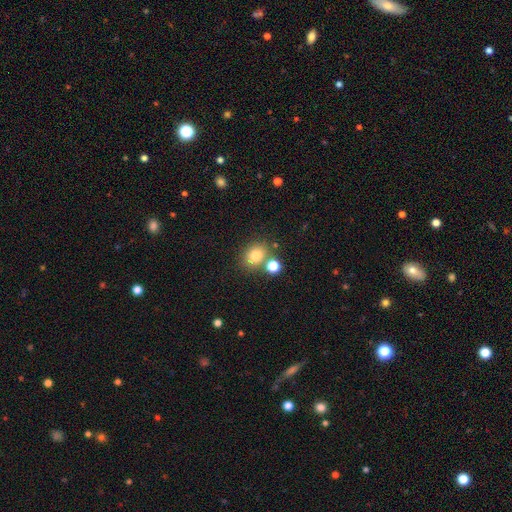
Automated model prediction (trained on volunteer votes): Smooth or featured?
  - smooth: 78% *
  - star or artifact: 13%
  - featured or disk: 9%
How rounded?
  - round: 57% *
  - in between: 42%
  - cigar-shaped: 1%
Merging?
  - none: 67% *
  - merger: 18%
  - minor disturbance: 11%
  - major disturbance: 4%